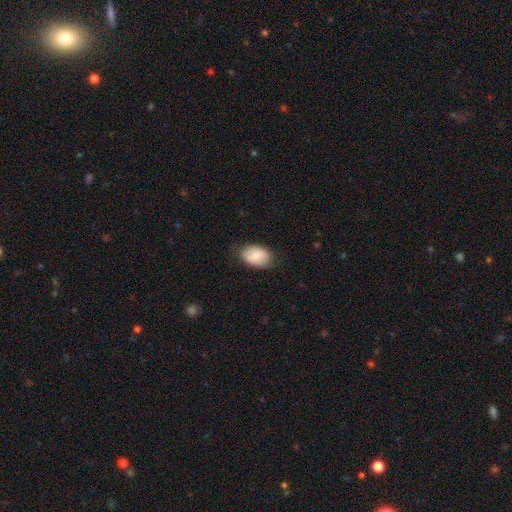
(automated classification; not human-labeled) The model was most divided on "merging": none: 77%, minor disturbance: 18%, major disturbance: 4%, merger: 1%. More confident: how rounded — in between (88%); smooth or featured — smooth (79%).